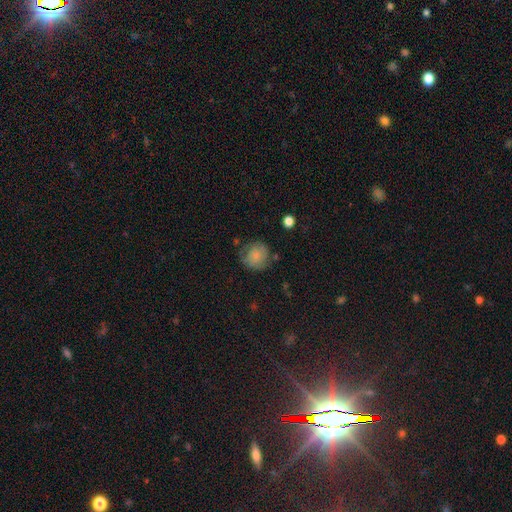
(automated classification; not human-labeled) Smooth or featured: smooth — 74% (featured or disk — 18%)
How rounded: round — 85% (in between — 14%)
Merging: none — 65% (minor disturbance — 23%)